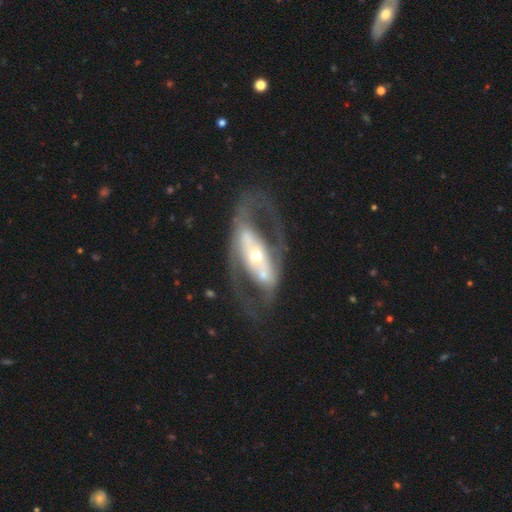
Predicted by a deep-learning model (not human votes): This is clearly a featured or disk galaxy (82%). It is clearly not viewed edge-on (91%). Bar: possibly strong (46%). Spiral arm pattern: likely yes (65%). Central bulge: possibly moderate (55%). Merging: likely none (63%).